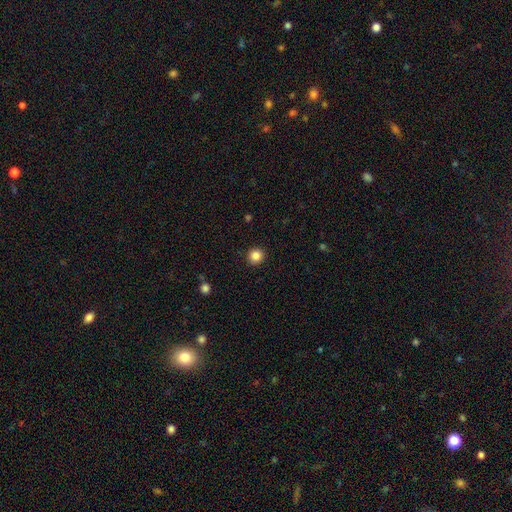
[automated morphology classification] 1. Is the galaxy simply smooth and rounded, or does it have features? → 85% smooth, 11% star or artifact, 4% featured or disk.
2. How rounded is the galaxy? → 92% round, 7% in between, 1% cigar-shaped.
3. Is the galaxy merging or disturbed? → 92% none, 5% minor disturbance, 2% major disturbance, 1% merger.